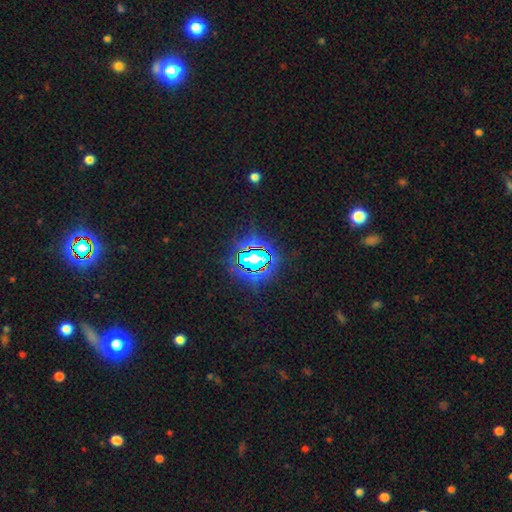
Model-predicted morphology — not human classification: Q: Smooth or featured?
A: star or artifact (71%); runner-up: smooth (17%)